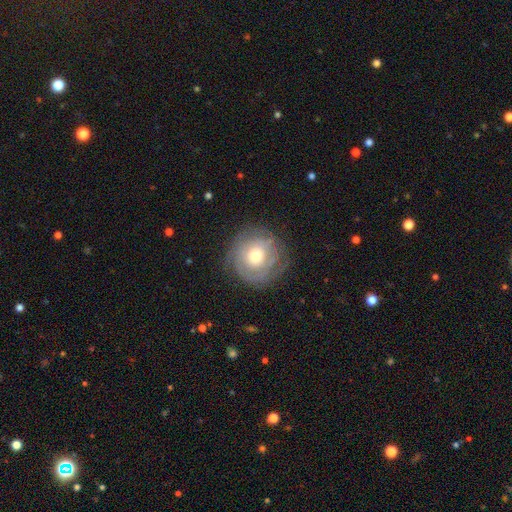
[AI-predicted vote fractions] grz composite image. It shows a featured or disk galaxy (57%) with no bar (82%), spiral arms (67%) and a moderate central bulge (60%). Merging: none (73%).